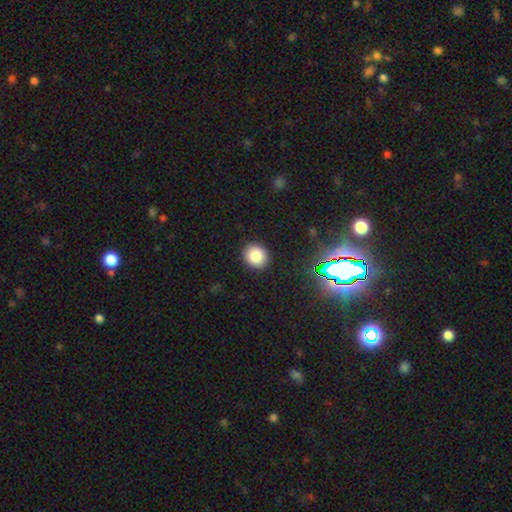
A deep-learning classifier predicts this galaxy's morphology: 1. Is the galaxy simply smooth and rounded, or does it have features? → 82% smooth, 12% star or artifact, 6% featured or disk.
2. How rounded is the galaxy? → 81% round, 18% in between, 1% cigar-shaped.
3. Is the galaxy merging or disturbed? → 91% none, 6% minor disturbance, 2% major disturbance, 1% merger.